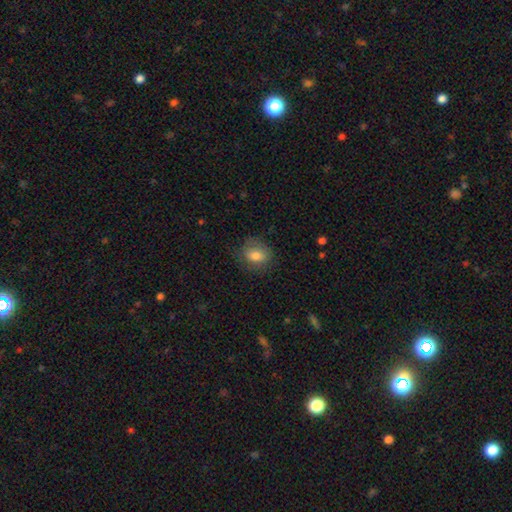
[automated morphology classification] The model was most divided on "how rounded": in between: 51%, round: 47%, cigar-shaped: 1%. More confident: smooth or featured — smooth (77%); merging — none (74%).